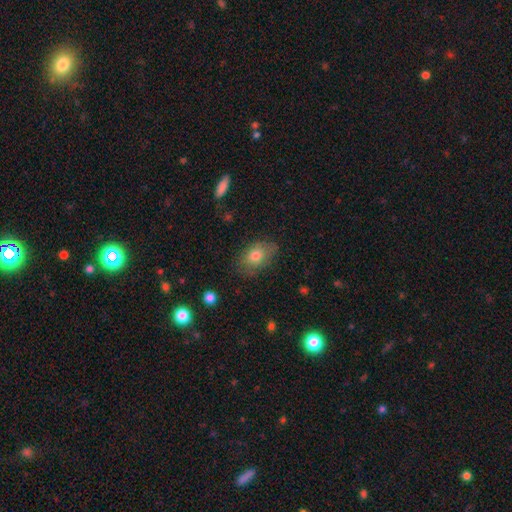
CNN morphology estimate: smooth-or-featured: smooth: 75% | featured or disk: 16% | star or artifact: 8%
  how-rounded: in between: 84% | round: 15% | cigar-shaped: 2%
  merging: none: 73% | minor disturbance: 20% | major disturbance: 6% | merger: 1%